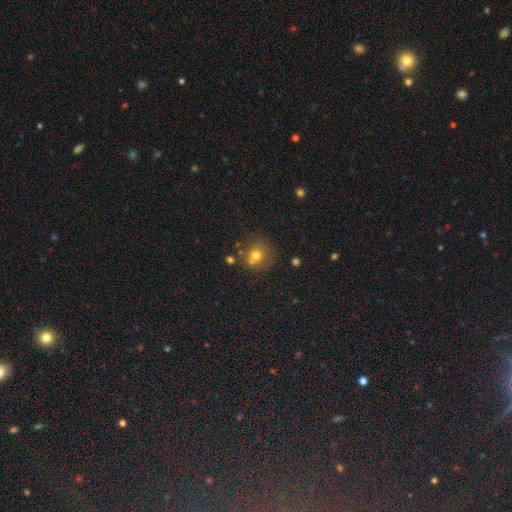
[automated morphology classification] The model was most divided on "merging": none: 65%, merger: 18%, minor disturbance: 13%, major disturbance: 5%. More confident: how rounded — round (86%); smooth or featured — smooth (71%).